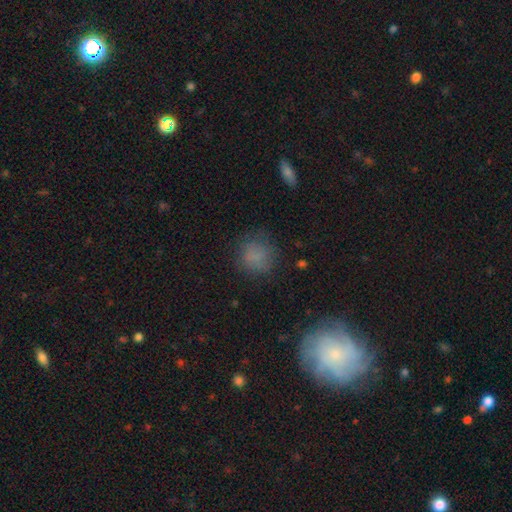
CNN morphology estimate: Smooth or featured: smooth — 75% (star or artifact — 15%)
How rounded: round — 81% (in between — 17%)
Merging: none — 74% (minor disturbance — 17%)